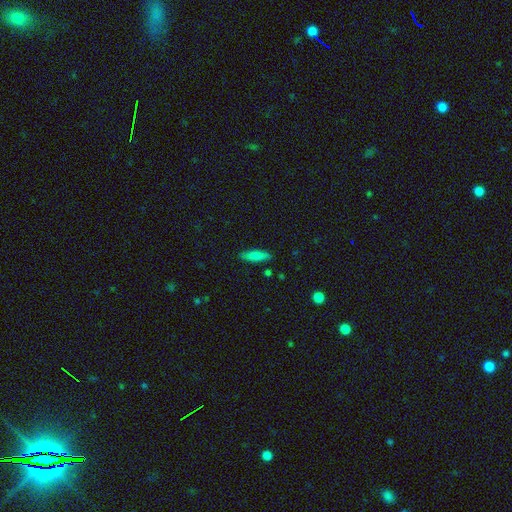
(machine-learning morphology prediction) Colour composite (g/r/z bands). It shows a smooth galaxy with no disk features (81%) that is cigar-shaped (66%). Merging: none (86%).